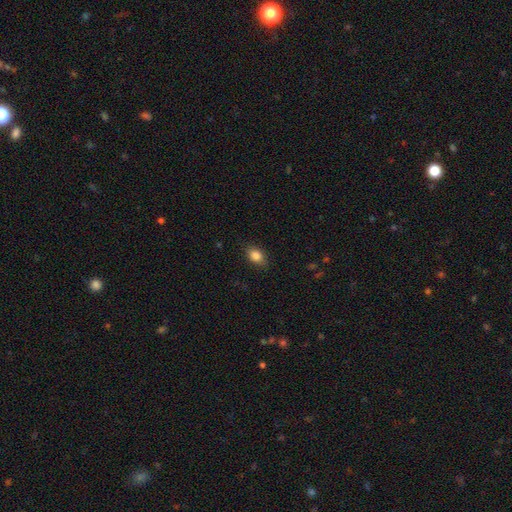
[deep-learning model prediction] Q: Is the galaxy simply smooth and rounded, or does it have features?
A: smooth — 86%.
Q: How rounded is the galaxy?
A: in between — 81%.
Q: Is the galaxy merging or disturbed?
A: none — 83%.